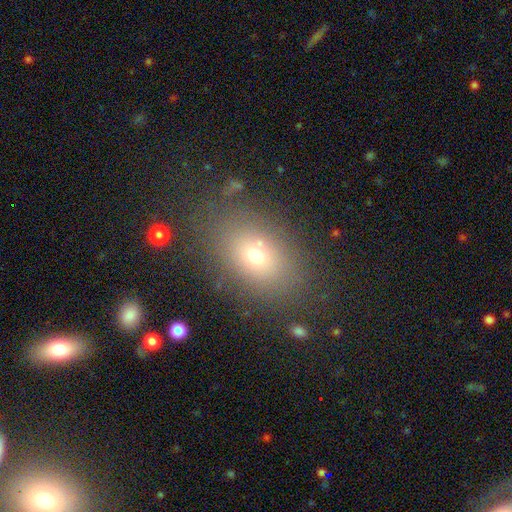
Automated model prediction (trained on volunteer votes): A smooth galaxy with no disk features (68%) that is in between round and cigar-shaped (74%). Merging: none (74%).